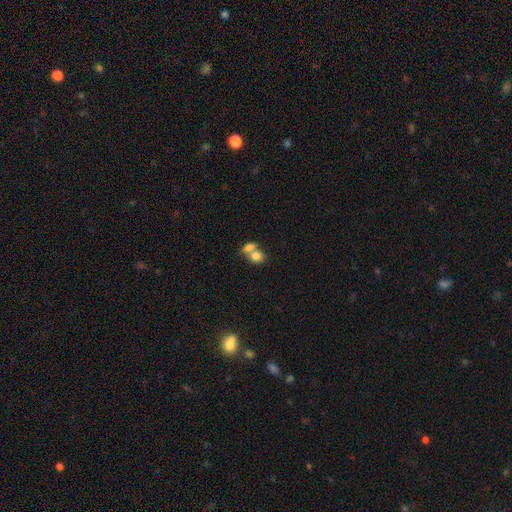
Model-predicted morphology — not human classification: smooth-or-featured: smooth: 79% | featured or disk: 12% | star or artifact: 9%
  how-rounded: round: 53% | in between: 46% | cigar-shaped: 1%
  merging: merger: 66% | none: 24% | minor disturbance: 6% | major disturbance: 3%